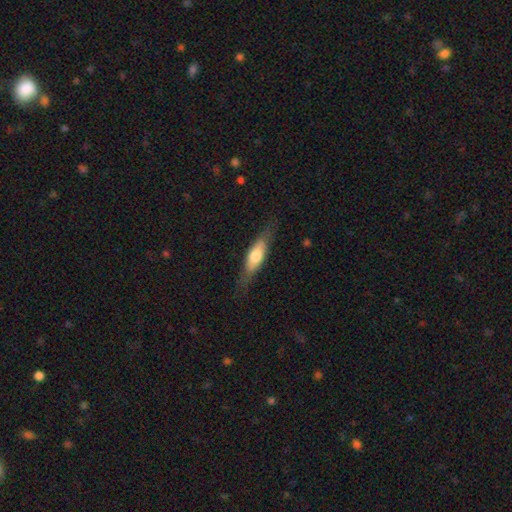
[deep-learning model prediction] Morphology: type=smooth (57%); roundness=cigar-shaped (54%); merging=none (76%).